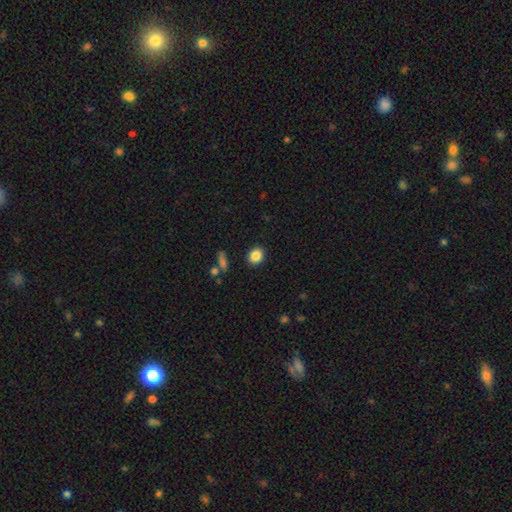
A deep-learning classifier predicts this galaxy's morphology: A smooth galaxy with no disk features (86%) that is round (66%). Merging: none (89%).